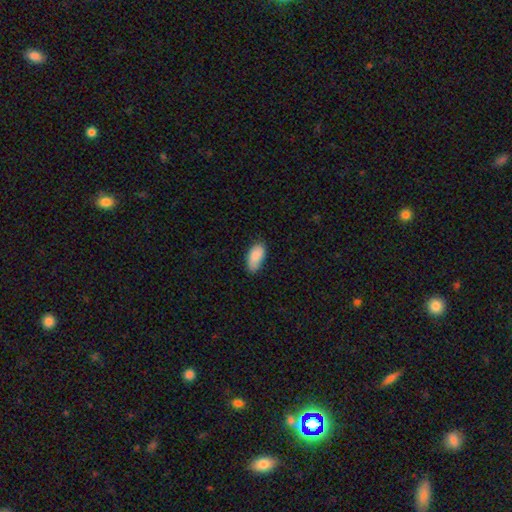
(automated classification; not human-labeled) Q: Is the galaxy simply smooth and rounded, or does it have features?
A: smooth — 87%.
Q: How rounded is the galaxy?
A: in between — 93%.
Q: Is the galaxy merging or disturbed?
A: none — 72%.